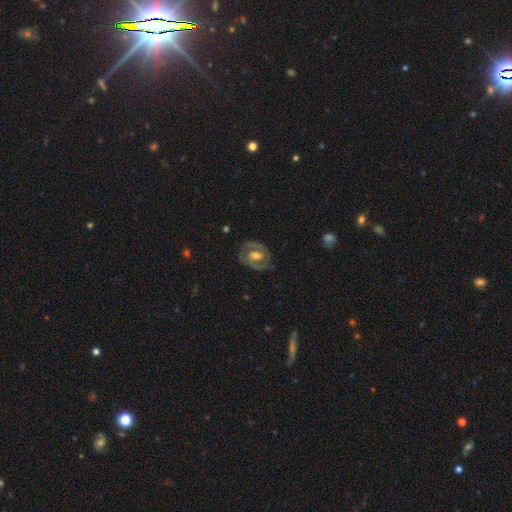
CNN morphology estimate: Smooth or featured? Predicted: featured or disk (p=0.76). Edge-on disk? Predicted: no (p=0.96). Bar? Predicted: weak (p=0.43). Spiral arms? Predicted: yes (p=0.78). Spiral winding? Predicted: medium (p=0.44). Spiral arm count? Predicted: 2 (p=0.83). Bulge size? Predicted: moderate (p=0.65). Merging? Predicted: none (p=0.78).